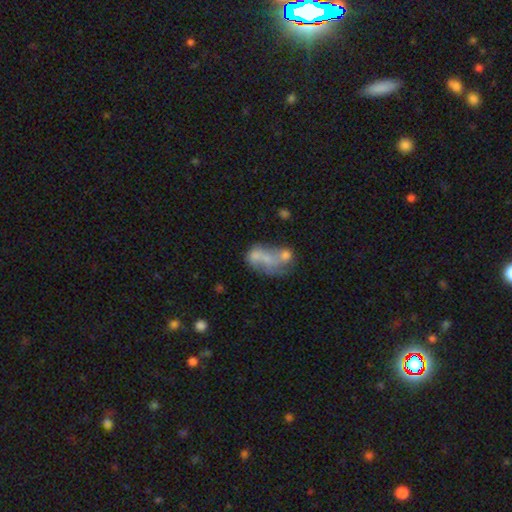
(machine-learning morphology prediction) A smooth galaxy with no disk features (49%). Merging: merger (47%).